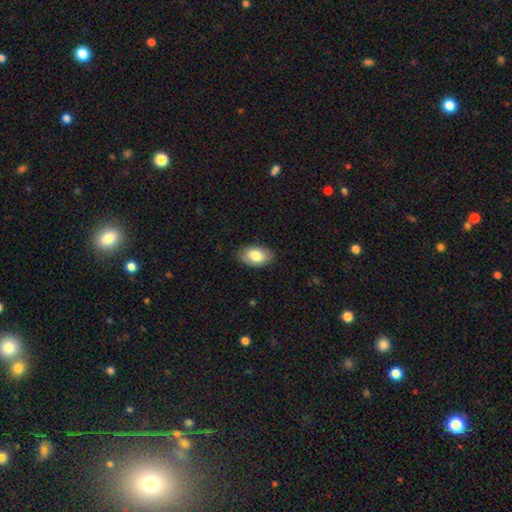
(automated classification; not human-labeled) smooth-or-featured: smooth: 81% | featured or disk: 12% | star or artifact: 6%
  how-rounded: in between: 92% | round: 7% | cigar-shaped: 1%
  merging: none: 86% | minor disturbance: 11% | major disturbance: 2% | merger: 1%